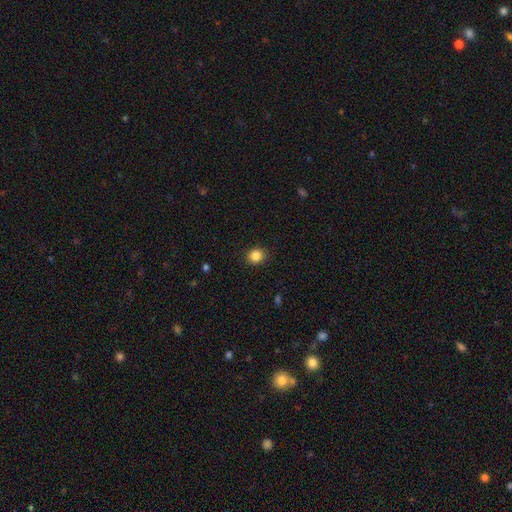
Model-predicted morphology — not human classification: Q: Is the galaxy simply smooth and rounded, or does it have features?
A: smooth — 85%.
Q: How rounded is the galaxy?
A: round — 75%.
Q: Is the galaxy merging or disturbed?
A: none — 90%.